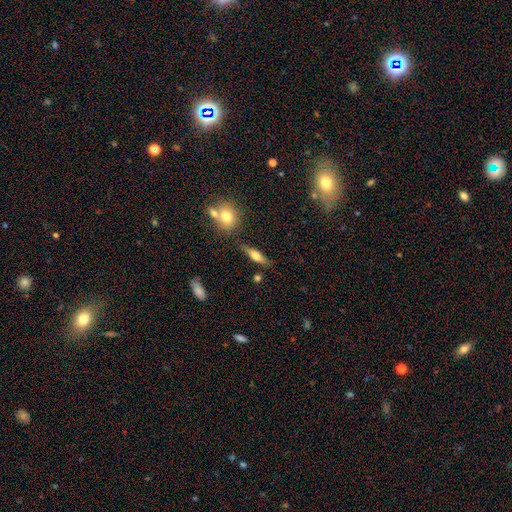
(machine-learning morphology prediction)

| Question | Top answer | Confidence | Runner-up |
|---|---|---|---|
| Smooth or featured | featured or disk | 48% | smooth (45%) |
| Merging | none | 79% | minor disturbance (12%) |